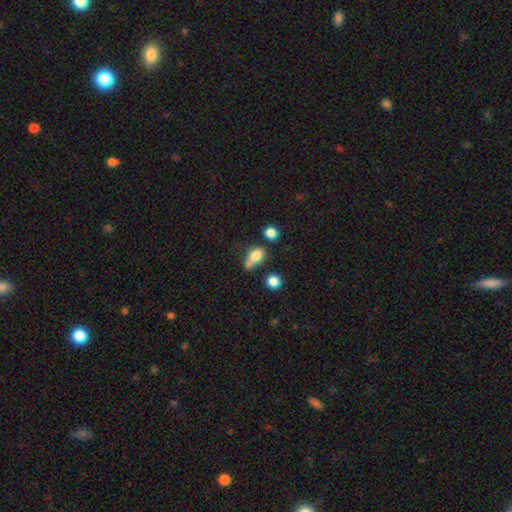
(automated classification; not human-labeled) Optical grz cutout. It shows a smooth galaxy with no disk features (79%) that is in between round and cigar-shaped (64%). Merging: none (39%).